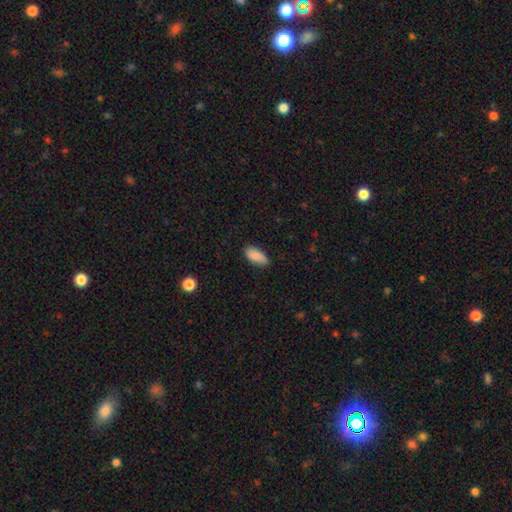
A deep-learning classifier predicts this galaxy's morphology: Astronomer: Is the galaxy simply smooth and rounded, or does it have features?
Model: smooth — 86%.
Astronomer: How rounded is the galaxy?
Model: in between — 88%.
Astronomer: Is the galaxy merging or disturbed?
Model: none — 77%.